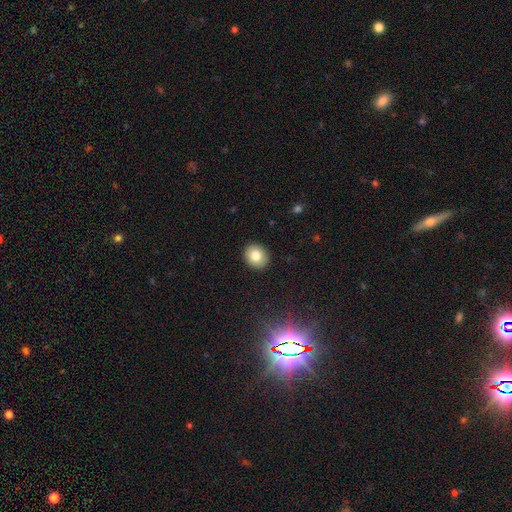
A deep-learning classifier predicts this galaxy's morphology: Q: Smooth or featured?
A: smooth (82%); runner-up: star or artifact (10%)
Q: How rounded?
A: round (63%); runner-up: in between (36%)
Q: Merging?
A: none (91%); runner-up: minor disturbance (7%)